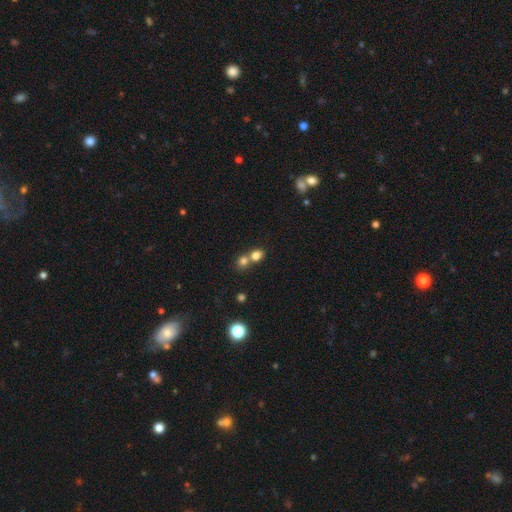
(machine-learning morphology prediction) This is likely a smooth galaxy (78%). How rounded: likely round (67%). Merging: possibly merger (55%).